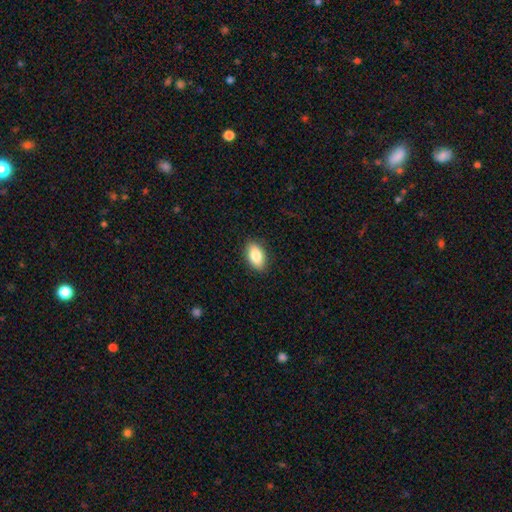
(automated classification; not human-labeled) A smooth galaxy with no disk features (84%) that is in between round and cigar-shaped (92%). Merging: none (89%).